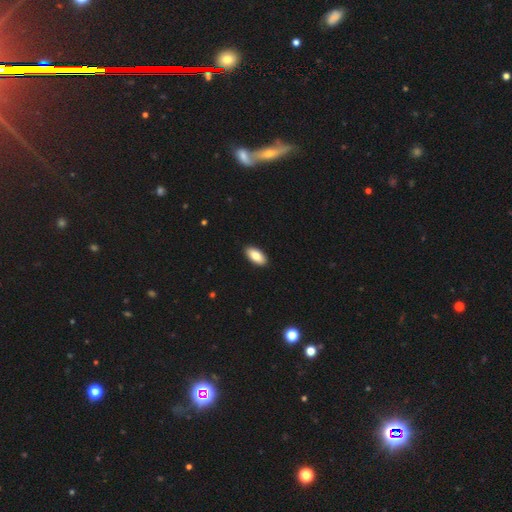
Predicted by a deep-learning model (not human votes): Smooth or featured? smooth (84%)
How rounded? in between (93%)
Merging? none (91%)